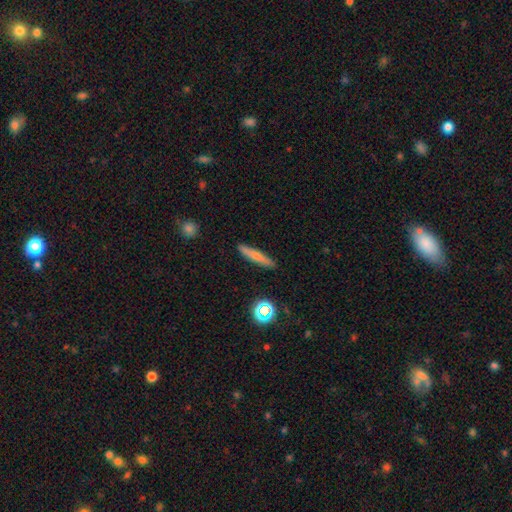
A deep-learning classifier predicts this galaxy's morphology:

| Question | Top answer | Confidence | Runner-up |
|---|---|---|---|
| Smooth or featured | smooth | 63% | featured or disk (28%) |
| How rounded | cigar-shaped | 89% | in between (8%) |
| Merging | none | 88% | minor disturbance (8%) |